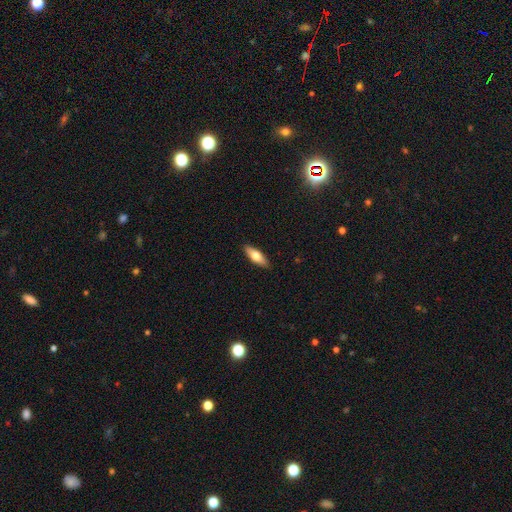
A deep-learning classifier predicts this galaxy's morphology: This is likely a smooth galaxy (65%). How rounded: likely in between (62%). Merging: clearly none (89%).